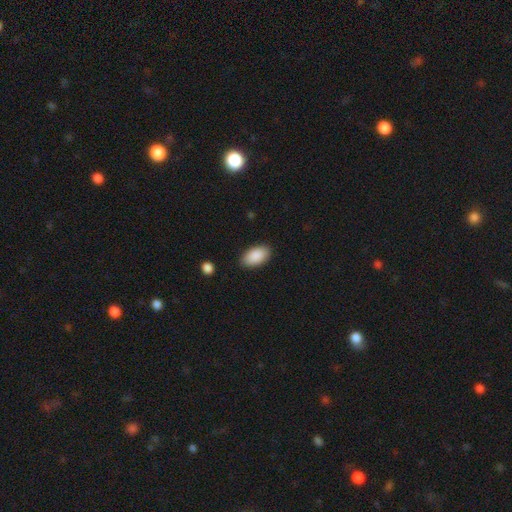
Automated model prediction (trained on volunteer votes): This is clearly a smooth galaxy (90%). How rounded: clearly in between (95%). Merging: clearly none (86%).